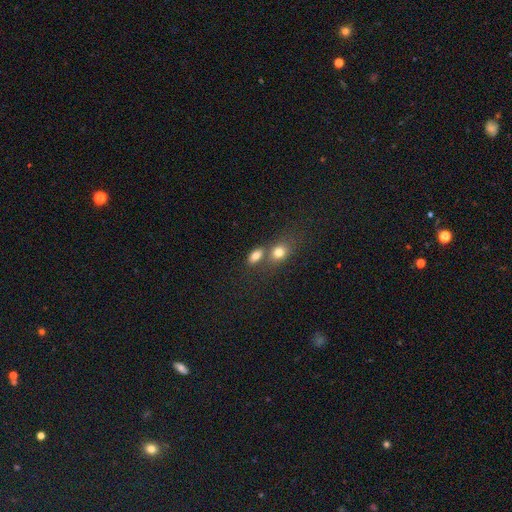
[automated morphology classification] This appears to be a smooth galaxy with no disk features (78%) that is in between round and cigar-shaped (81%). Merging: none (46%).